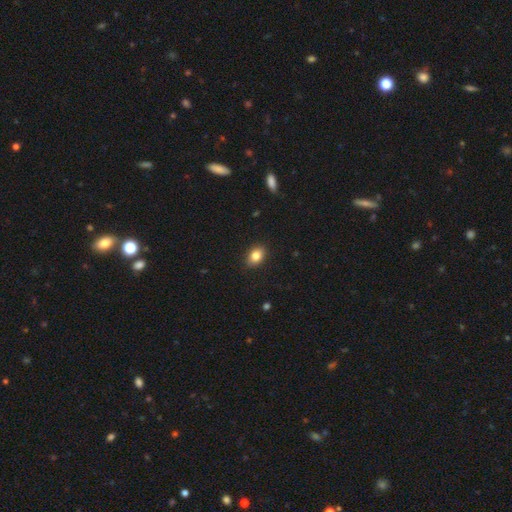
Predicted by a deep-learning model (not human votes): Smooth or featured? smooth (83%)
How rounded? in between (80%)
Merging? none (89%)